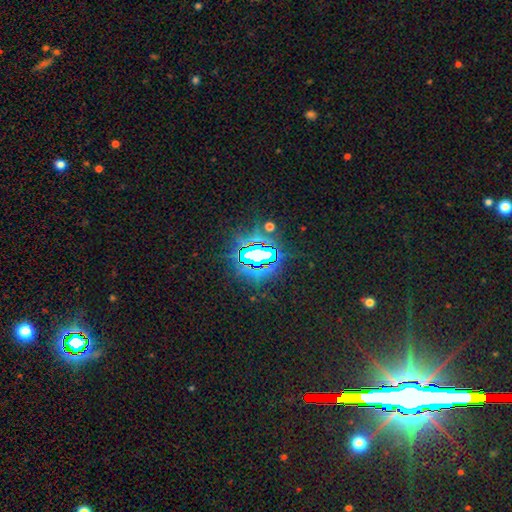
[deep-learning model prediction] The model was most divided on "smooth or featured": star or artifact: 78%, smooth: 12%, featured or disk: 10%.